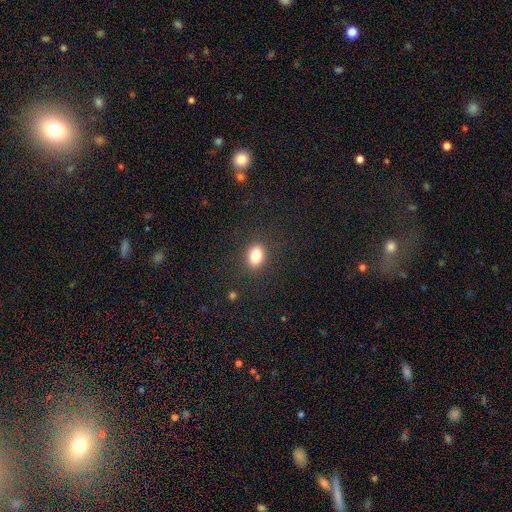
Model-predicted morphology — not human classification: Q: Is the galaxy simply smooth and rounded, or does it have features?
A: smooth — 83%.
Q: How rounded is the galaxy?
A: in between — 72%.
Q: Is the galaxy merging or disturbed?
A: none — 87%.